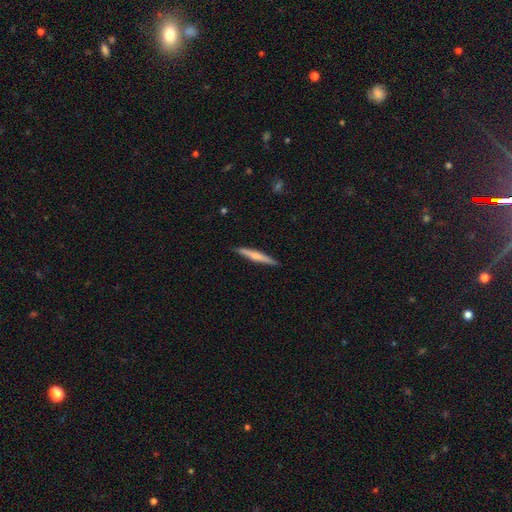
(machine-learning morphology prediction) smooth_or_featured: smooth (p=0.50) [alt: featured or disk p=0.45]
how_rounded: cigar-shaped (p=0.95) [alt: in between p=0.04]
merging: none (p=0.90) [alt: minor disturbance p=0.08]